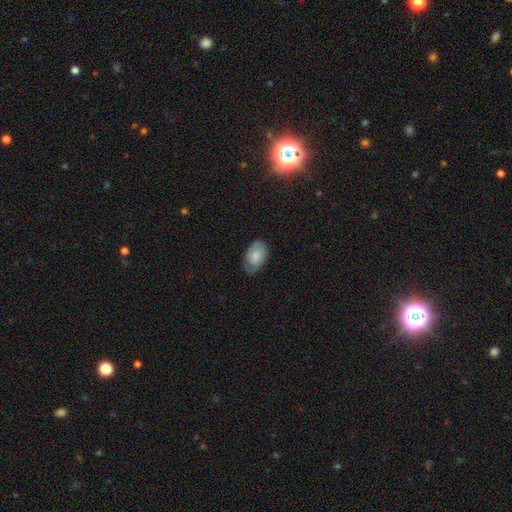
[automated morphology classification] type=smooth (73%); roundness=in between (90%); merging=none (68%).